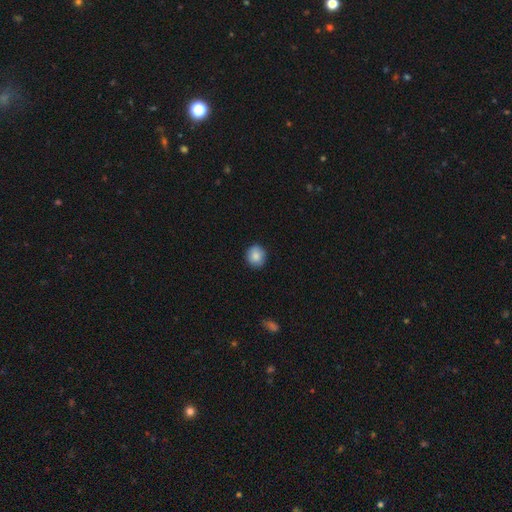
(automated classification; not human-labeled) This is clearly a smooth galaxy (86%). How rounded: clearly round (85%). Merging: clearly none (88%).